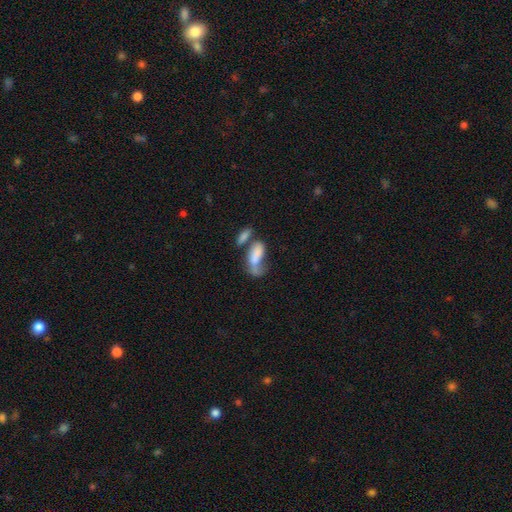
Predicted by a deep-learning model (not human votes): smooth 68%, featured or disk 24%, star or artifact 9%. Down the decision tree: how rounded — in between (82%); merging — merger (43%).